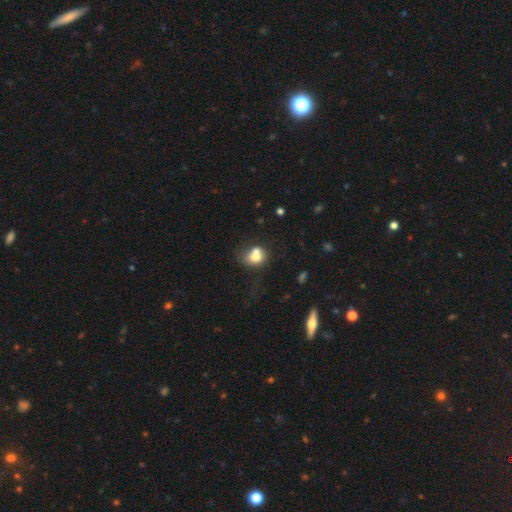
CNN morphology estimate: Overall: smooth (71%). How rounded: round (58%; in between 41%). Merging: merger (44%; none 30%).